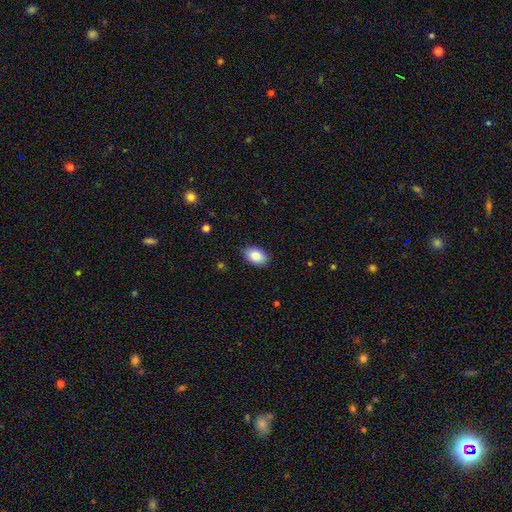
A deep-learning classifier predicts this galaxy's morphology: smooth_or_featured: smooth (p=0.86) [alt: featured or disk p=0.07]
how_rounded: in between (p=0.89) [alt: round p=0.10]
merging: none (p=0.86) [alt: minor disturbance p=0.11]